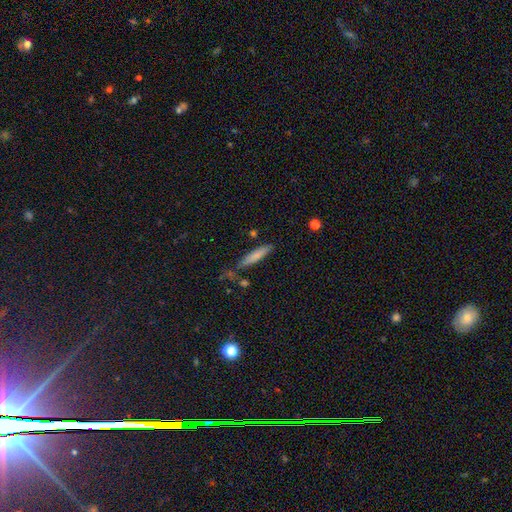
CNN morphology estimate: This is likely a smooth galaxy (74%). How rounded: clearly cigar-shaped (85%). Merging: likely none (72%).